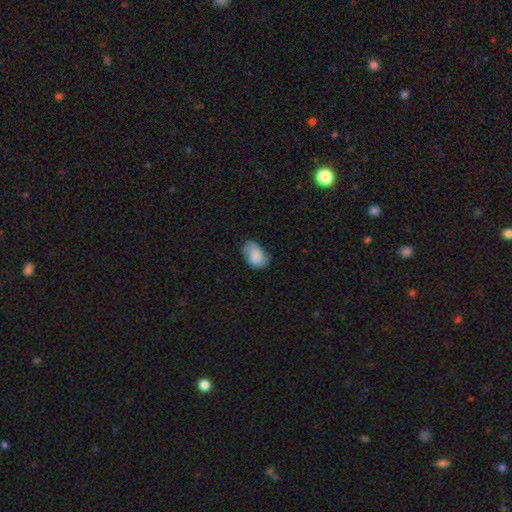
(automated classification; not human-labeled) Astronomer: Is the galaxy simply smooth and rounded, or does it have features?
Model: smooth — 81%.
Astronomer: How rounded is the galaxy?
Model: in between — 82%.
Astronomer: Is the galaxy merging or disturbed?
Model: none — 46% (runner-up: minor disturbance, 39%).